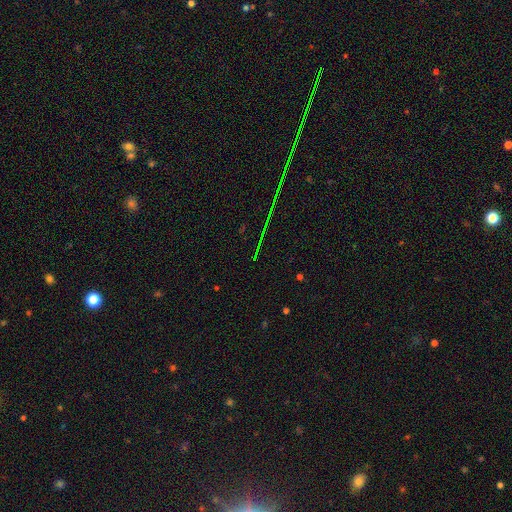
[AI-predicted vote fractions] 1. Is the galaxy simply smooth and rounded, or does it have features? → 79% star or artifact, 11% featured or disk, 10% smooth.